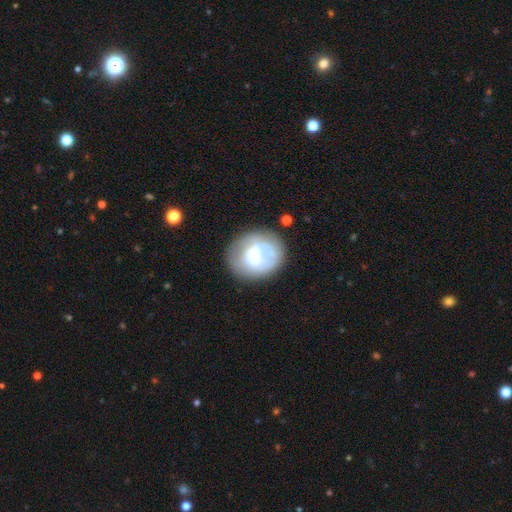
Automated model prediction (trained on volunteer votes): featured or disk 46% (tied), smooth 46% (tied), star or artifact 8%. Down the decision tree: merging — none (62%).